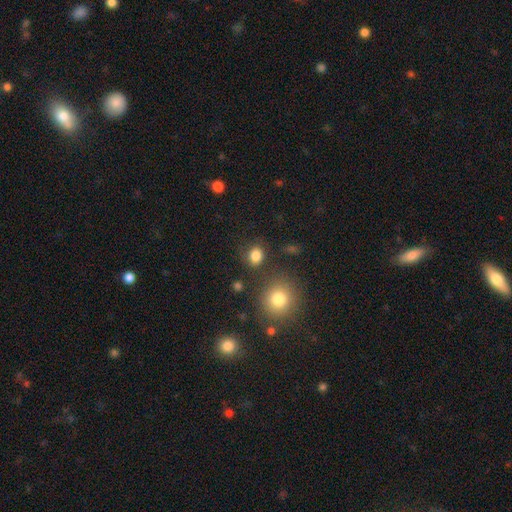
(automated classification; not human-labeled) The model was most divided on "how rounded": round: 66%, in between: 33%, cigar-shaped: 1%. More confident: smooth or featured — smooth (83%); merging — none (78%).